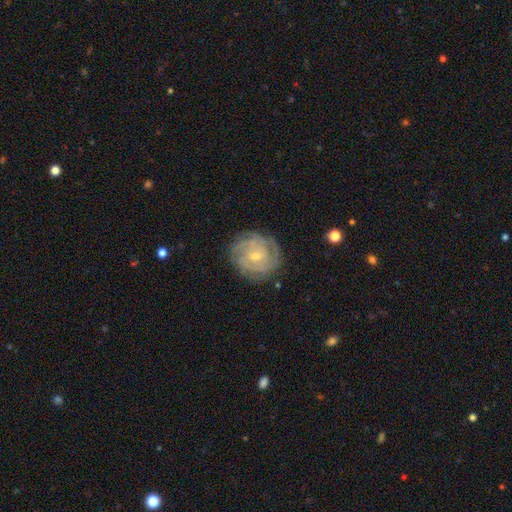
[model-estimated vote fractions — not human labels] Morphology: type=featured or disk (72%); edge-on=no (97%); bar=no (55%); spiral arms=yes (87%); winding=tight (67%); arm count=can't tell (49%); bulge=small (62%); merging=none (77%).